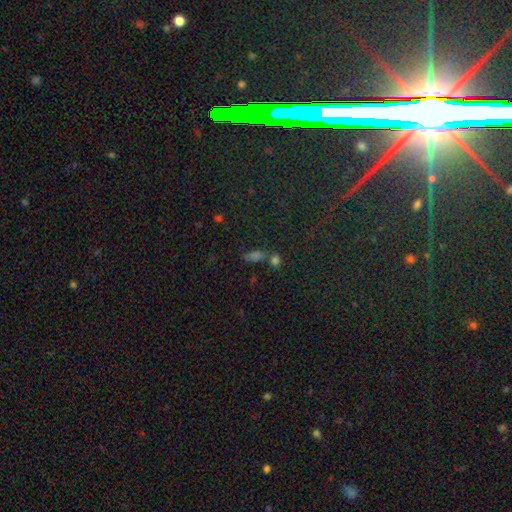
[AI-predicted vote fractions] Morphology: type=smooth (52%); roundness=in between (72%); merging=none (49%).